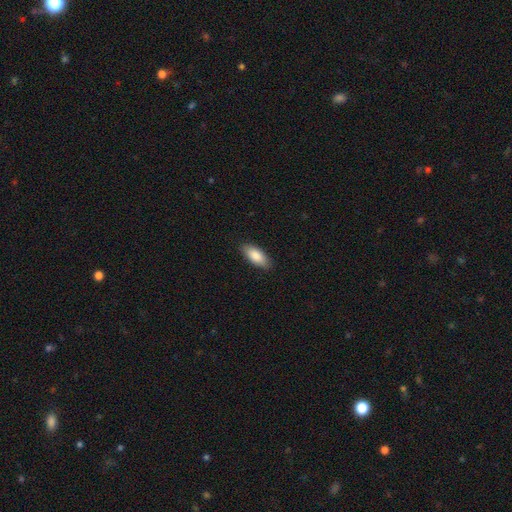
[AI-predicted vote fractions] A smooth galaxy with no disk features (87%) that is in between round and cigar-shaped (85%).

Vote fractions:
- Smooth or featured? smooth: 87% / featured or disk: 8% / star or artifact: 6%
- How rounded? in between: 85% / cigar-shaped: 14% / round: 2%
- Merging? none: 88% / minor disturbance: 9% / major disturbance: 2% / merger: 1%